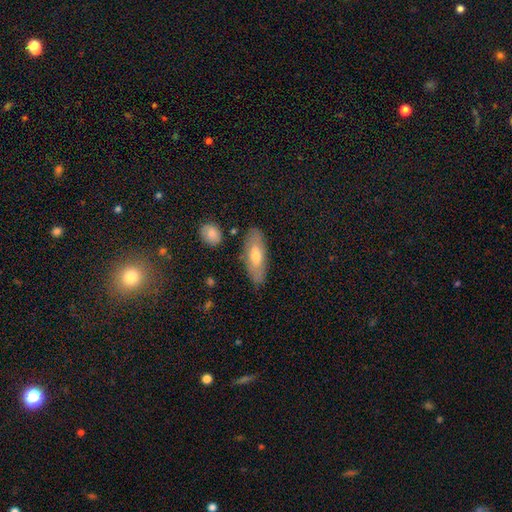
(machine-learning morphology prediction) Q: Smooth or featured?
A: smooth (62%); runner-up: featured or disk (32%)
Q: How rounded?
A: in between (65%); runner-up: cigar-shaped (32%)
Q: Merging?
A: none (81%); runner-up: minor disturbance (13%)